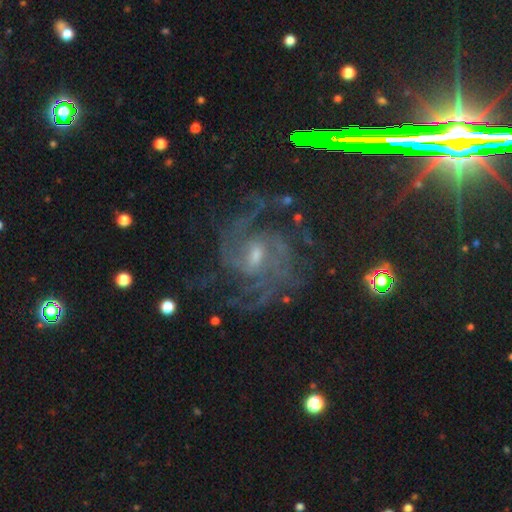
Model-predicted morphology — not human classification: Smooth or featured? Predicted: featured or disk (p=0.87). Edge-on disk? Predicted: no (p=0.98). Bar? Predicted: weak (p=0.55). Spiral arms? Predicted: yes (p=0.95). Spiral winding? Predicted: medium (p=0.46). Spiral arm count? Predicted: can't tell (p=0.25). Bulge size? Predicted: small (p=0.51). Merging? Predicted: none (p=0.61).